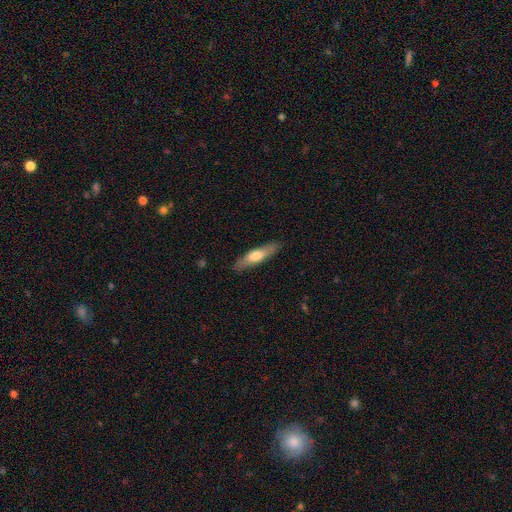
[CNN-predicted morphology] This appears to be a smooth galaxy with no disk features (61%) that is cigar-shaped (72%). Merging: none (87%).